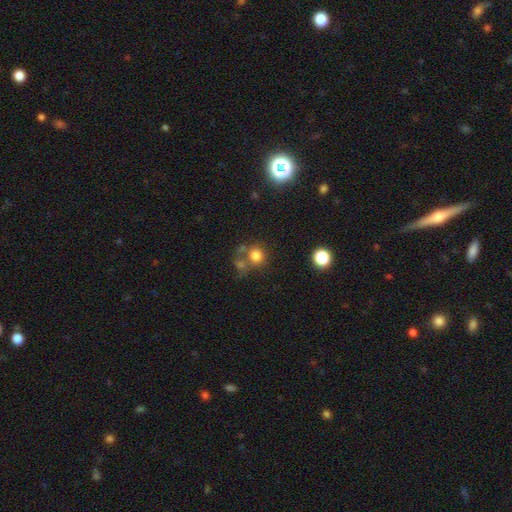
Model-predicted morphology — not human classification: Smooth or featured? smooth (75%)
How rounded? round (85%)
Merging? none (53%)